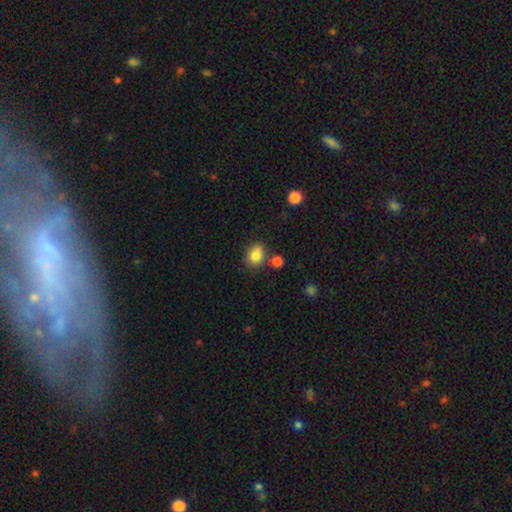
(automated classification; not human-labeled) A smooth galaxy with no disk features (81%) that is round (69%). Merging: none (63%).